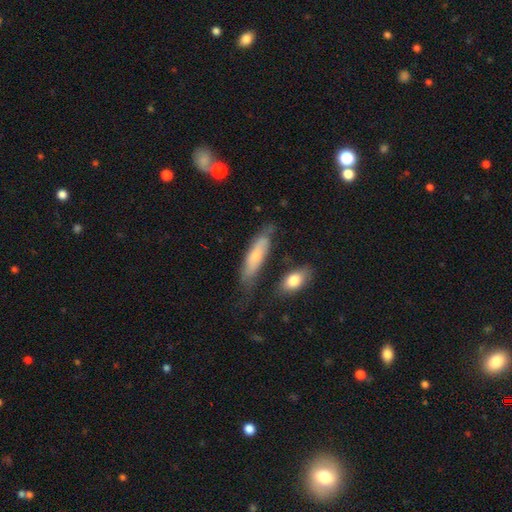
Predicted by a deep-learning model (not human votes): Overall: smooth (56%; featured or disk 37%). How rounded: cigar-shaped (57%; in between 41%). Merging: none (53%; minor disturbance 29%).